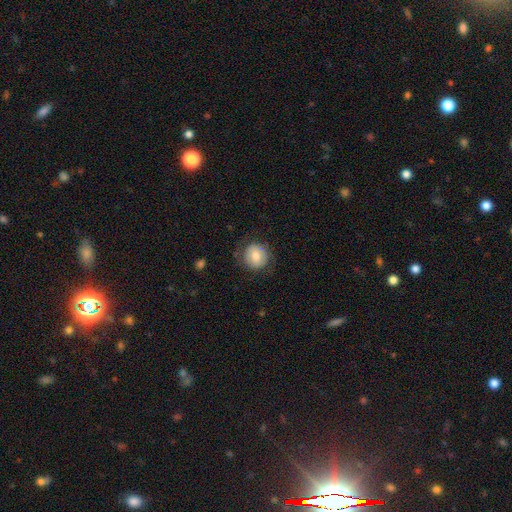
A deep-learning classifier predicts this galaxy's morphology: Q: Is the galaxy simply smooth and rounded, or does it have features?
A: smooth — 74%.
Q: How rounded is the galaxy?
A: round — 90%.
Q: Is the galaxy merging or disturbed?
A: none — 76%.